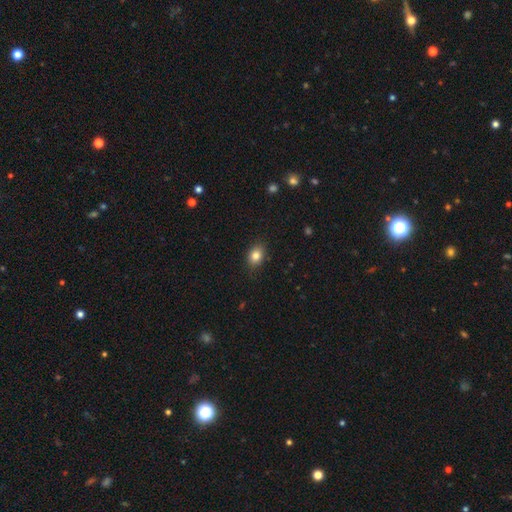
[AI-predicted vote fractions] Morphology: type=smooth (83%); roundness=in between (66%); merging=none (86%).